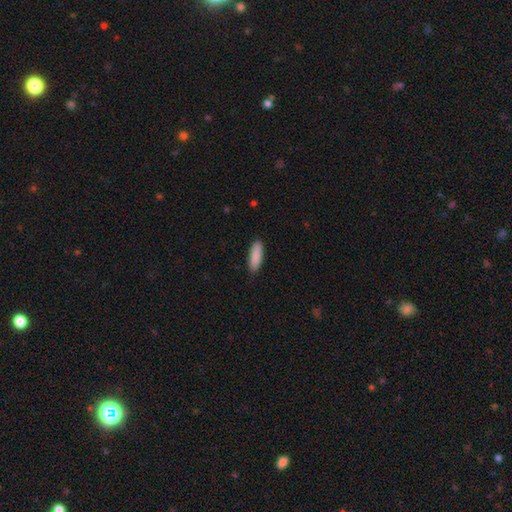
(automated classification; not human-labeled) This appears to be a smooth galaxy with no disk features (90%) that is cigar-shaped (50%). Merging: none (88%).